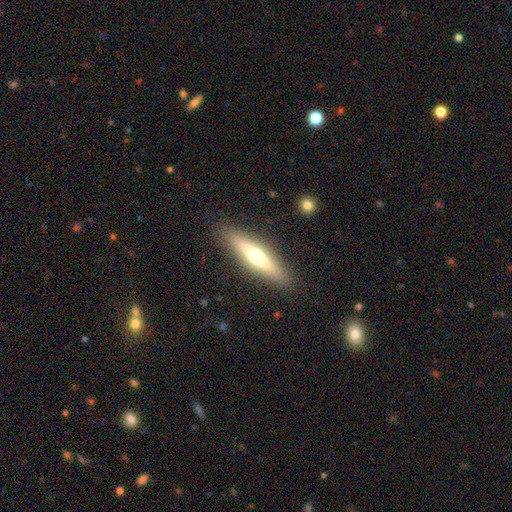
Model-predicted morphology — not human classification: The model was most divided on "smooth or featured": smooth: 51%, featured or disk: 43%, star or artifact: 6%. More confident: merging — none (89%); how rounded — cigar-shaped (81%).